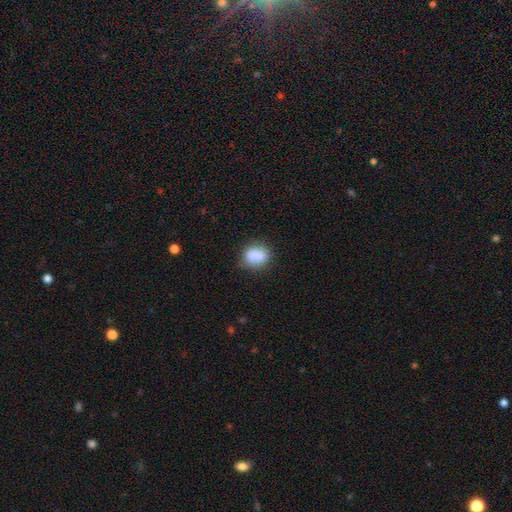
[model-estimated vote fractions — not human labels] Smooth or featured: smooth — 86% (star or artifact — 9%)
How rounded: in between — 60% (round — 38%)
Merging: none — 78% (minor disturbance — 17%)